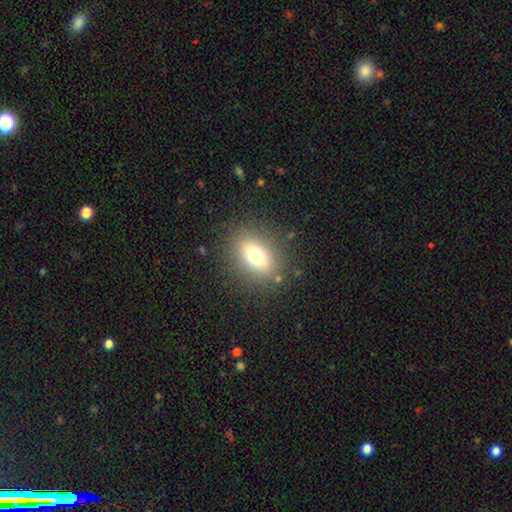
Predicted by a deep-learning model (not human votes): Smooth or featured?
  - smooth: 72% *
  - featured or disk: 15%
  - star or artifact: 13%
How rounded?
  - in between: 68% *
  - round: 30%
  - cigar-shaped: 2%
Merging?
  - none: 84% *
  - minor disturbance: 10%
  - major disturbance: 5%
  - merger: 2%